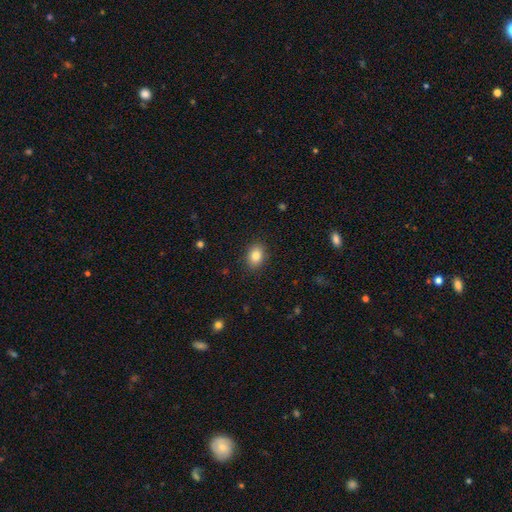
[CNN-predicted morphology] The model was most divided on "how rounded": in between: 68%, round: 31%, cigar-shaped: 1%. More confident: merging — none (88%); smooth or featured — smooth (84%).